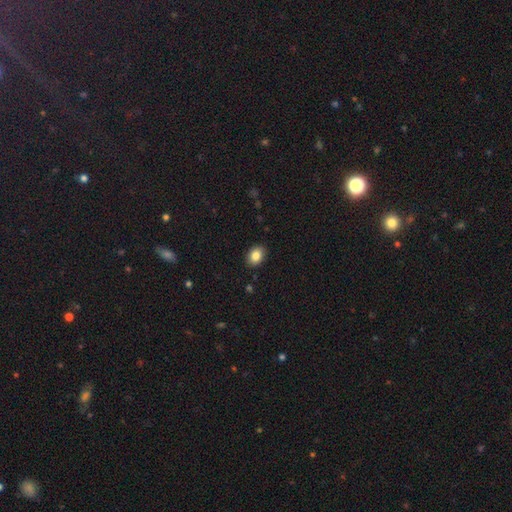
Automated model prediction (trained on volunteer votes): Overall: smooth (85%). How rounded: in between (68%; round 31%). Merging: none (89%).